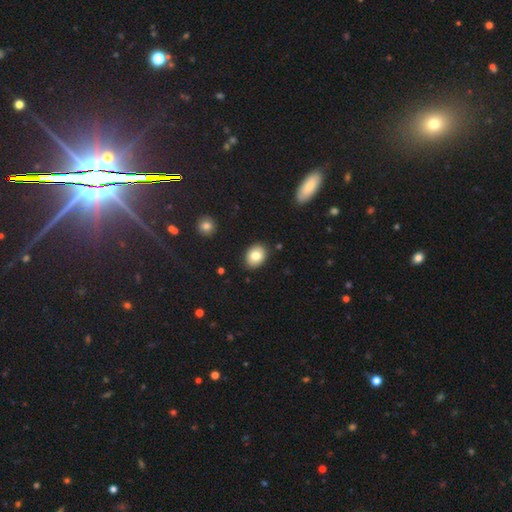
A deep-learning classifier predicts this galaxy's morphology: Q: Smooth or featured?
A: smooth (80%); runner-up: featured or disk (11%)
Q: How rounded?
A: in between (63%); runner-up: round (36%)
Q: Merging?
A: none (87%); runner-up: minor disturbance (10%)